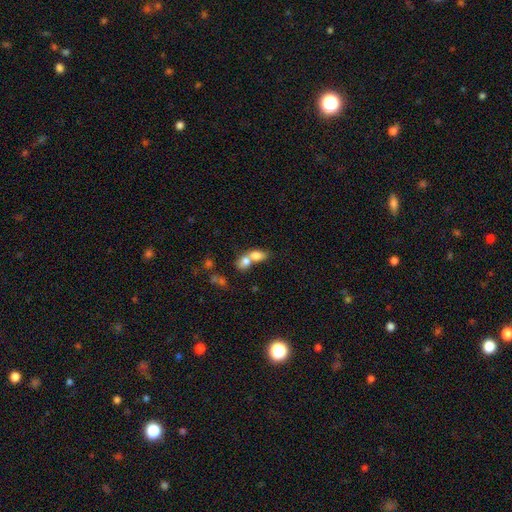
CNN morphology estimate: smooth-or-featured: smooth: 76% | featured or disk: 16% | star or artifact: 9%
  how-rounded: in between: 77% | round: 19% | cigar-shaped: 4%
  merging: merger: 72% | none: 18% | minor disturbance: 6% | major disturbance: 4%